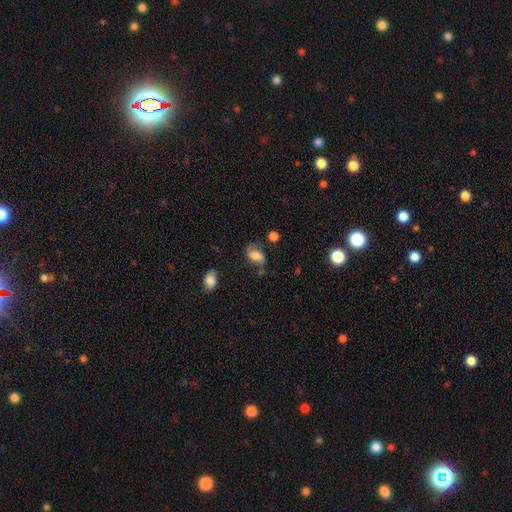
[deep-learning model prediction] The model was most divided on "smooth or featured": smooth: 53%, featured or disk: 36%, star or artifact: 11%. More confident: how rounded — in between (83%); merging — none (52%).